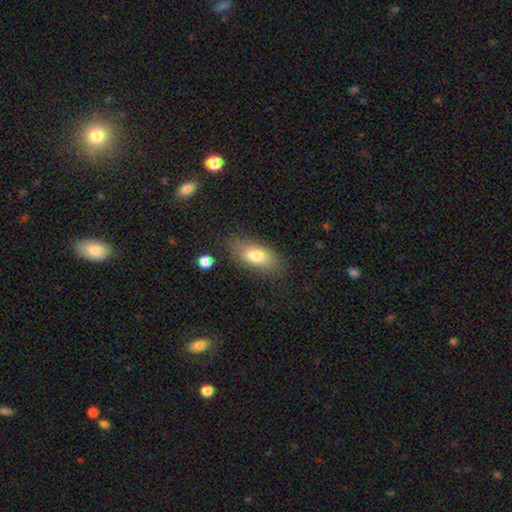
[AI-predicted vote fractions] Smooth or featured?
  - smooth: 78% *
  - featured or disk: 15%
  - star or artifact: 8%
How rounded?
  - in between: 86% *
  - cigar-shaped: 9%
  - round: 4%
Merging?
  - none: 72% *
  - minor disturbance: 19%
  - major disturbance: 7%
  - merger: 2%